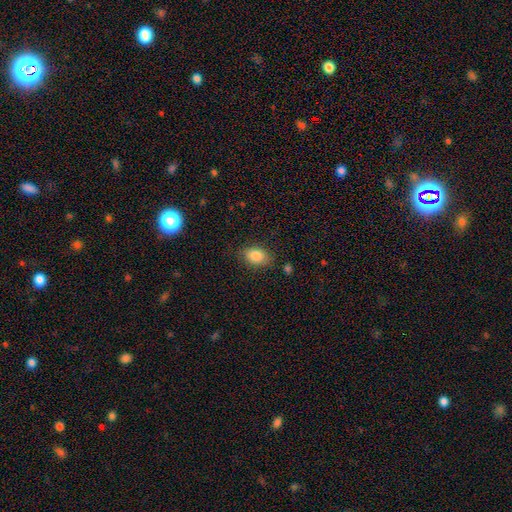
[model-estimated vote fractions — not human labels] Smooth or featured? Predicted: smooth (p=0.85). How rounded? Predicted: in between (p=0.81). Merging? Predicted: none (p=0.81).